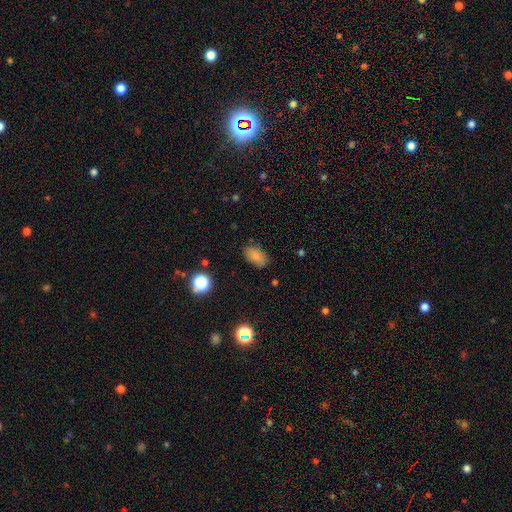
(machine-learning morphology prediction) Overall: smooth (82%). How rounded: in between (90%). Merging: none (79%).